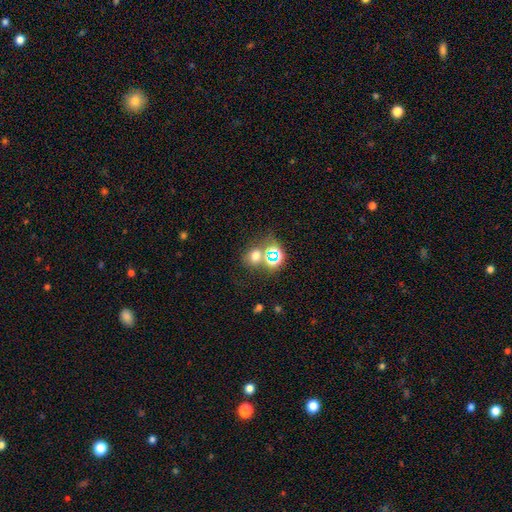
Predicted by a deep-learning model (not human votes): A smooth galaxy with no disk features (57%) that is round (67%).

Vote fractions:
- Smooth or featured? smooth: 57% / star or artifact: 32% / featured or disk: 11%
- How rounded? round: 67% / in between: 32% / cigar-shaped: 1%
- Merging? none: 55% / merger: 28% / minor disturbance: 10% / major disturbance: 6%